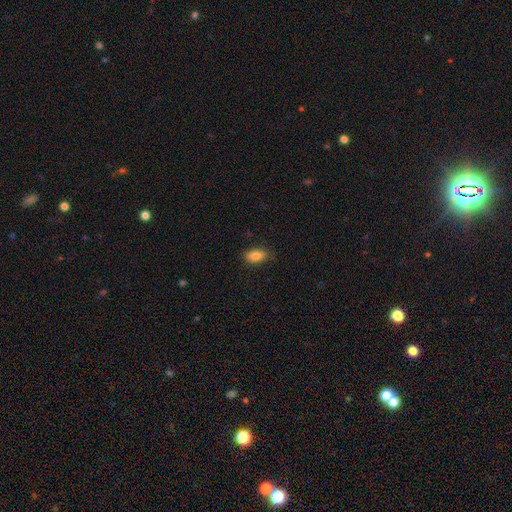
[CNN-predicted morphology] A smooth galaxy with no disk features (83%) that is in between round and cigar-shaped (88%). Merging: none (82%).